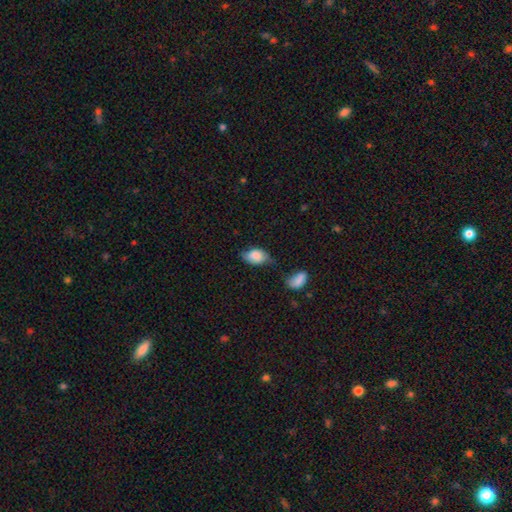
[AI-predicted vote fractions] The model was most divided on "merging": none: 43%, minor disturbance: 34%, major disturbance: 13%, merger: 10%. More confident: how rounded — in between (87%); smooth or featured — smooth (80%).